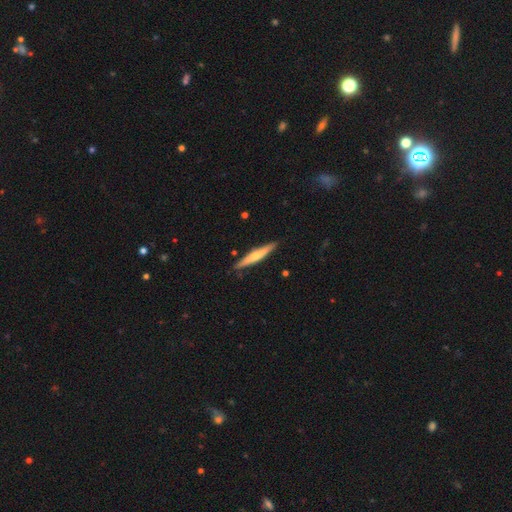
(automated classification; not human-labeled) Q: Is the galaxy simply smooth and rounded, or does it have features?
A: featured or disk — 55%.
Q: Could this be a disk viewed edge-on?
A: yes — 96%.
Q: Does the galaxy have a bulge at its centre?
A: rounded — 79%.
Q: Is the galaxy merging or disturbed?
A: none — 89%.